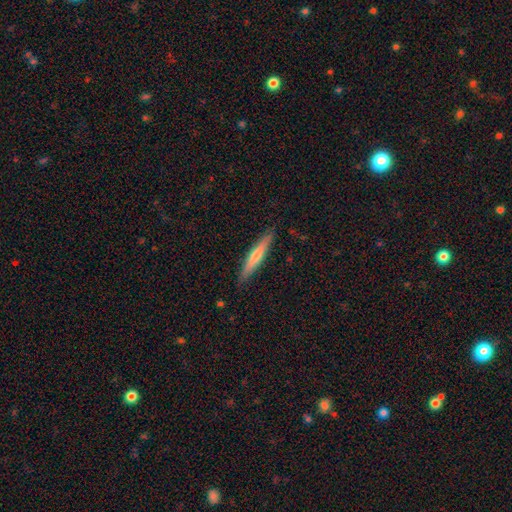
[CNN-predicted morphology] A smooth galaxy with no disk features (57%) that is cigar-shaped (94%). Merging: none (89%).